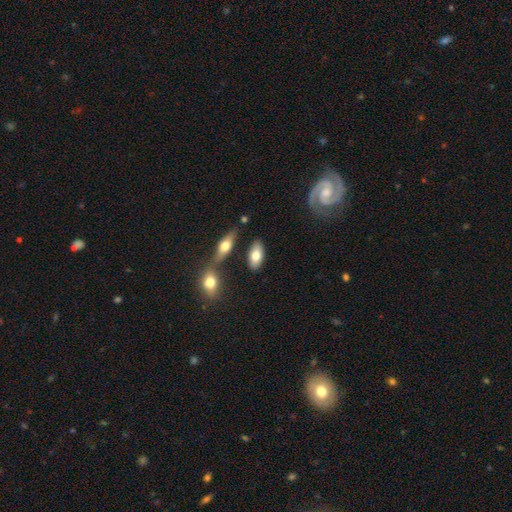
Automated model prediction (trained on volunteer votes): Smooth or featured?
  - smooth: 75% *
  - featured or disk: 19%
  - star or artifact: 6%
How rounded?
  - in between: 90% *
  - cigar-shaped: 6%
  - round: 3%
Merging?
  - none: 76% *
  - minor disturbance: 12%
  - merger: 9%
  - major disturbance: 3%